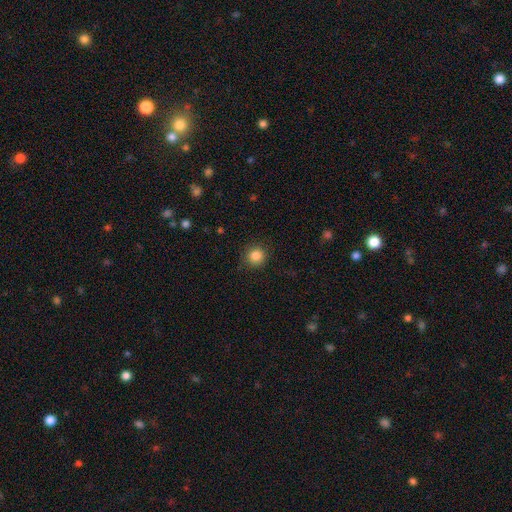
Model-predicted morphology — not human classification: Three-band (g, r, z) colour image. It shows a smooth galaxy with no disk features (86%) that is round (92%). Merging: none (87%).